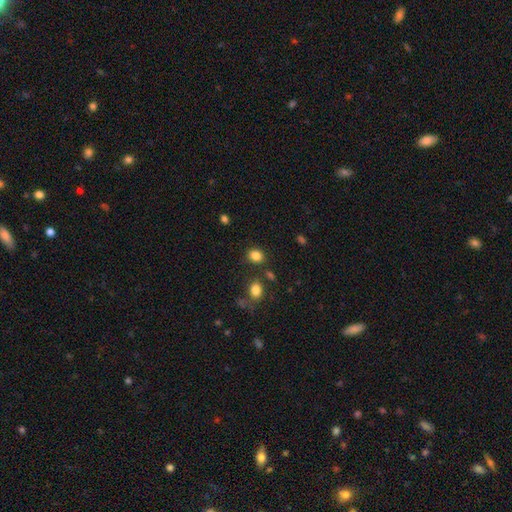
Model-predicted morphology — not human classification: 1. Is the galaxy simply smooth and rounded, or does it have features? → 84% smooth, 11% star or artifact, 5% featured or disk.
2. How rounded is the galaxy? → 59% round, 40% in between, 1% cigar-shaped.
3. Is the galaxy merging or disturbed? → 81% none, 10% minor disturbance, 6% merger, 3% major disturbance.